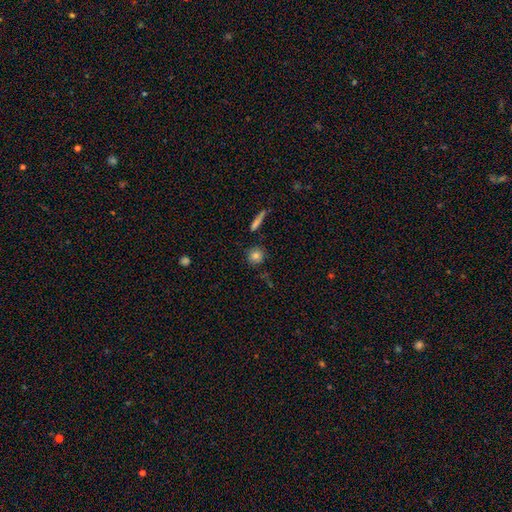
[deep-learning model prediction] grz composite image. It shows a smooth galaxy with no disk features (81%) that is round (89%). Merging: none (85%).